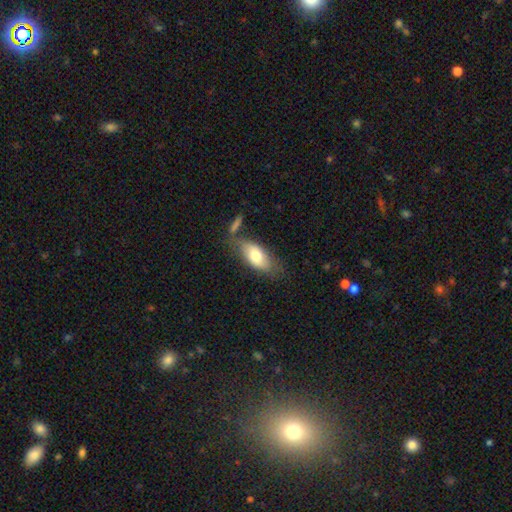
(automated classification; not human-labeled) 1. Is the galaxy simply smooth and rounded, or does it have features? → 73% smooth, 21% featured or disk, 6% star or artifact.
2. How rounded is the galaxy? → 87% in between, 10% cigar-shaped, 3% round.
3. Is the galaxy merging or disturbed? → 60% none, 19% minor disturbance, 14% merger, 6% major disturbance.